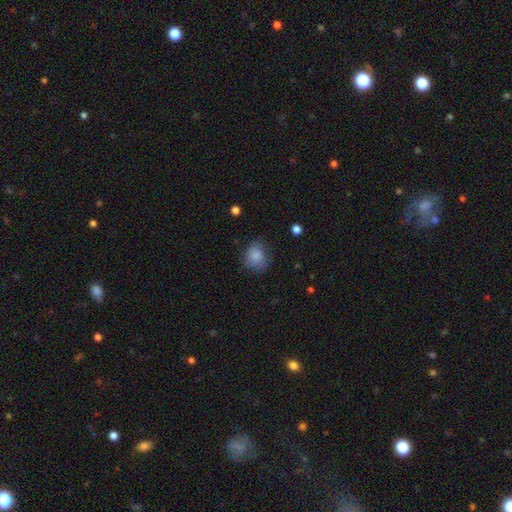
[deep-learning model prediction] Smooth or featured: smooth — 81% (featured or disk — 10%)
How rounded: round — 70% (in between — 29%)
Merging: none — 61% (minor disturbance — 27%)